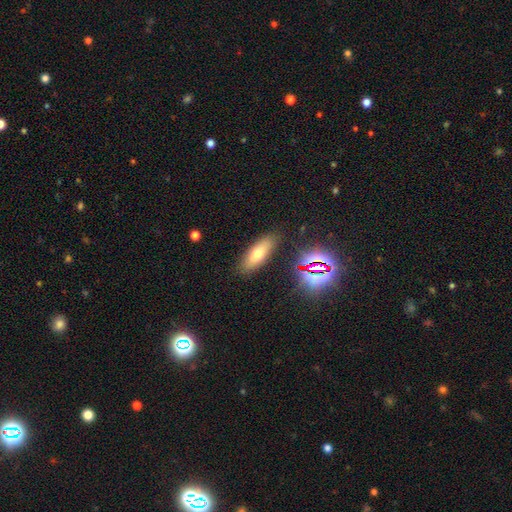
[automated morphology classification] Smooth or featured: smooth — 61% (featured or disk — 22%)
How rounded: in between — 59% (cigar-shaped — 37%)
Merging: none — 86% (minor disturbance — 9%)